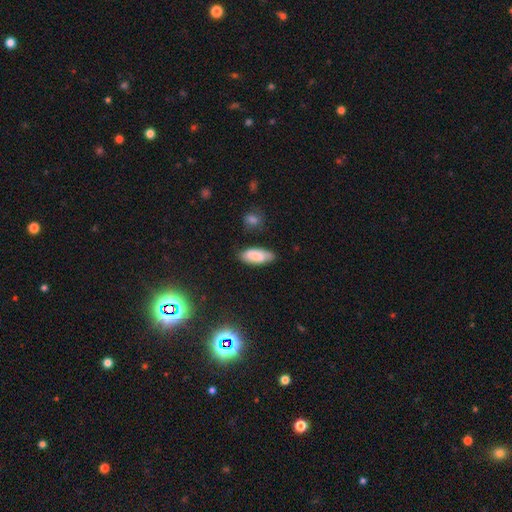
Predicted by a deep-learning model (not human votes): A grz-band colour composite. It shows a smooth galaxy with no disk features (81%) that is in between round and cigar-shaped (82%). Merging: none (73%).